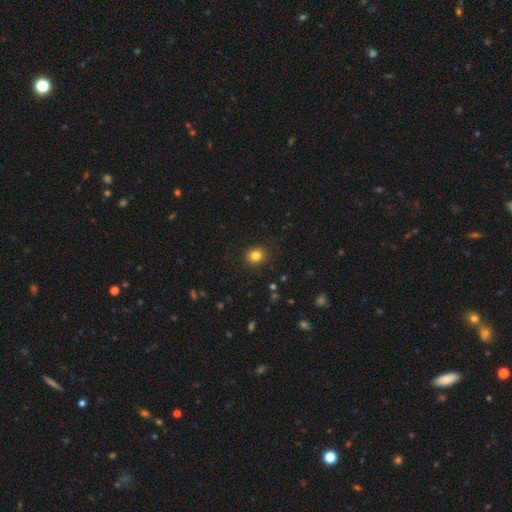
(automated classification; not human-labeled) This is clearly a smooth galaxy (82%). How rounded: likely round (77%). Merging: clearly none (89%).